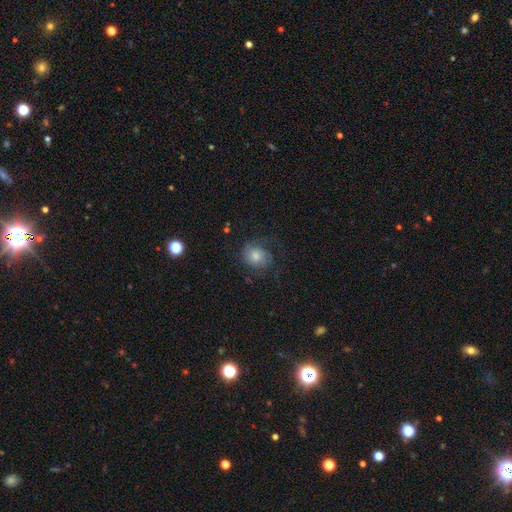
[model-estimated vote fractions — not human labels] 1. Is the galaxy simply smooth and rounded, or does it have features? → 59% smooth, 32% featured or disk, 9% star or artifact.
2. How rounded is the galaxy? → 65% round, 34% in between, 1% cigar-shaped.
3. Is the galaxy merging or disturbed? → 58% none, 22% minor disturbance, 19% major disturbance, 1% merger.